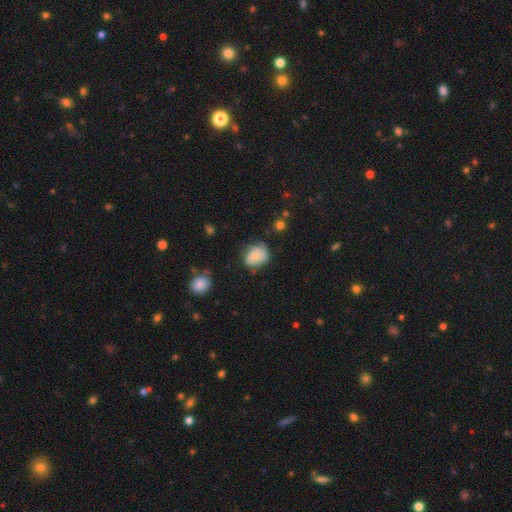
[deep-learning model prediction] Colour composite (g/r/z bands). It shows a smooth galaxy with no disk features (55%) that is in between round and cigar-shaped (54%). Merging: none (50%).